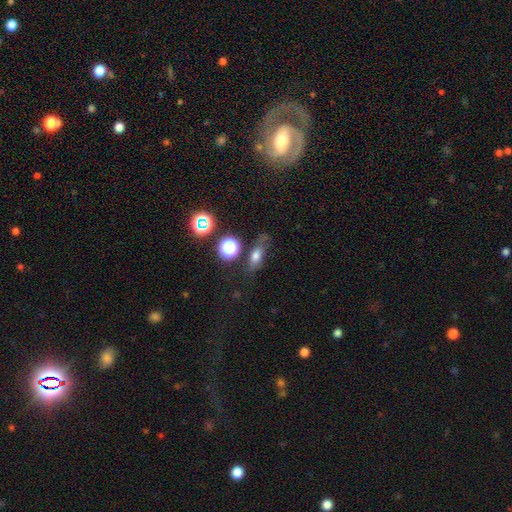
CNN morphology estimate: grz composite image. It shows a smooth galaxy with no disk features (67%) that is in between round and cigar-shaped (59%). Merging: none (62%).